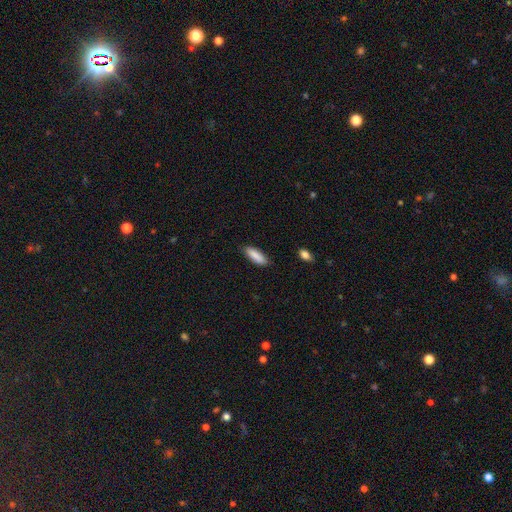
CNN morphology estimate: Smooth or featured? smooth (89%)
How rounded? in between (56%)
Merging? none (86%)